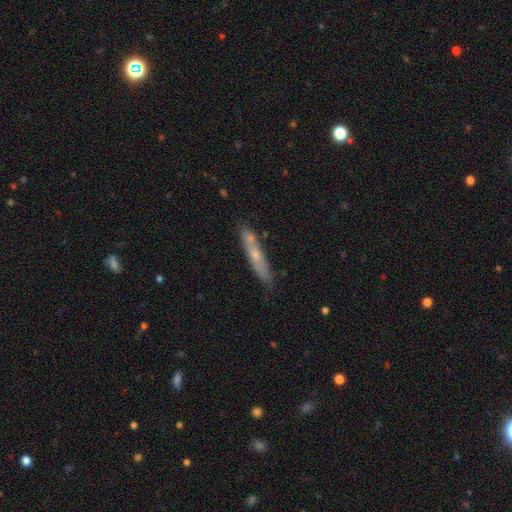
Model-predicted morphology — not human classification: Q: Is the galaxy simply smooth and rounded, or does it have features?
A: smooth — 48%.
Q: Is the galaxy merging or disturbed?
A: none — 74%.